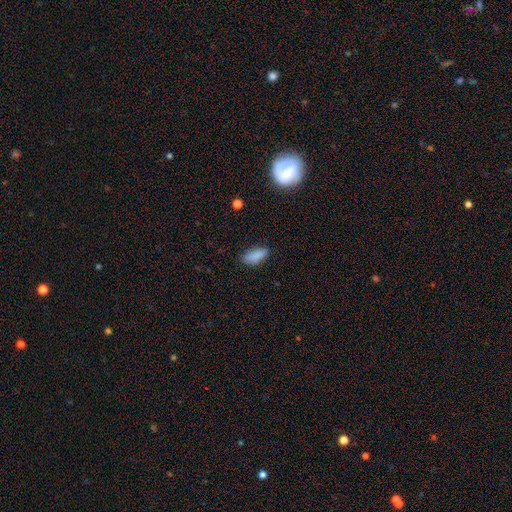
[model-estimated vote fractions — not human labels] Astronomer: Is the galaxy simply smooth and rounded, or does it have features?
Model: smooth — 86%.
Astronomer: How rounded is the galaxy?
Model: in between — 84%.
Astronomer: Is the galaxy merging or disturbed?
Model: none — 82%.